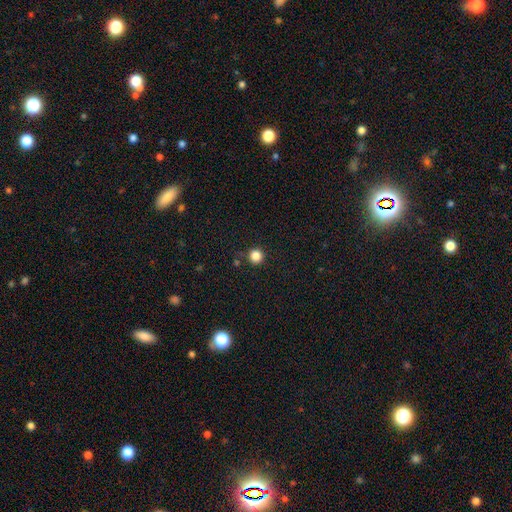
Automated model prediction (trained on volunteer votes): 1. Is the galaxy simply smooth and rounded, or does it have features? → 84% smooth, 12% star or artifact, 3% featured or disk.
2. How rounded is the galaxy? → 96% round, 3% in between, 1% cigar-shaped.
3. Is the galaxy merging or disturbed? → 90% none, 6% minor disturbance, 2% merger, 2% major disturbance.